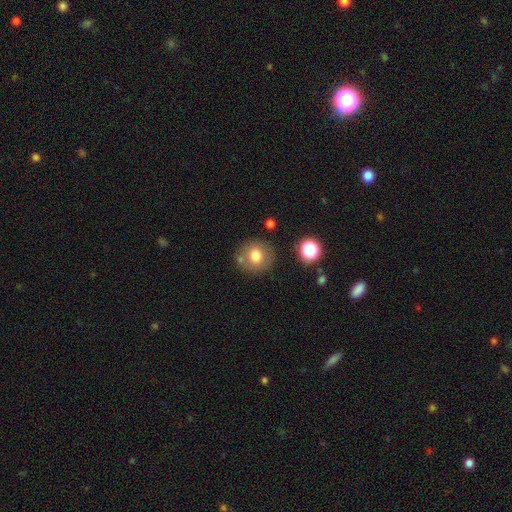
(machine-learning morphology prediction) A smooth galaxy with no disk features (76%) that is round (88%). Merging: none (77%).